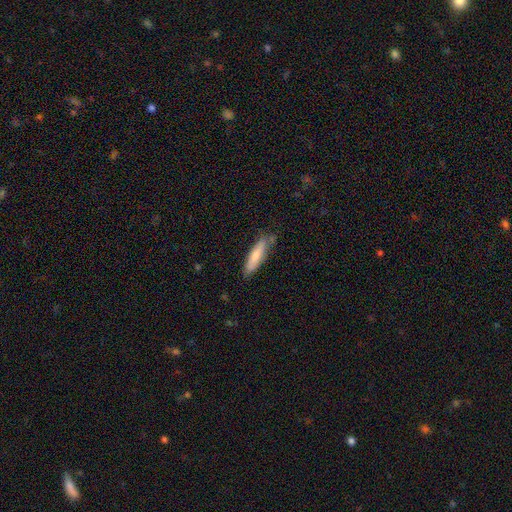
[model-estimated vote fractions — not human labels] smooth_or_featured: smooth (p=0.74) [alt: featured or disk p=0.20]
how_rounded: cigar-shaped (p=0.74) [alt: in between p=0.25]
merging: none (p=0.77) [alt: minor disturbance p=0.17]